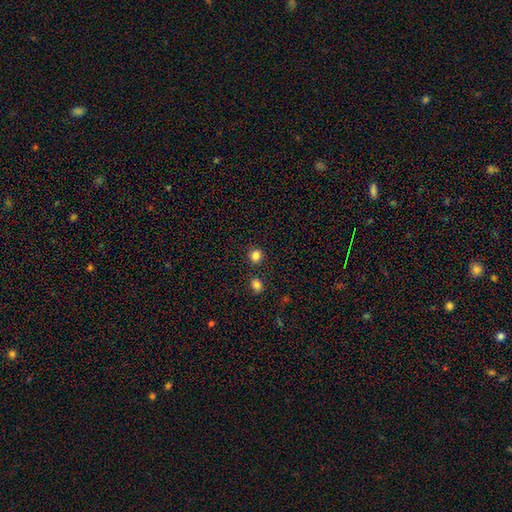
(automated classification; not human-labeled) A smooth galaxy with no disk features (84%) that is round (86%).

Vote fractions:
- Smooth or featured? smooth: 84% / star or artifact: 12% / featured or disk: 4%
- How rounded? round: 86% / in between: 13% / cigar-shaped: 1%
- Merging? none: 84% / minor disturbance: 7% / merger: 6% / major disturbance: 2%